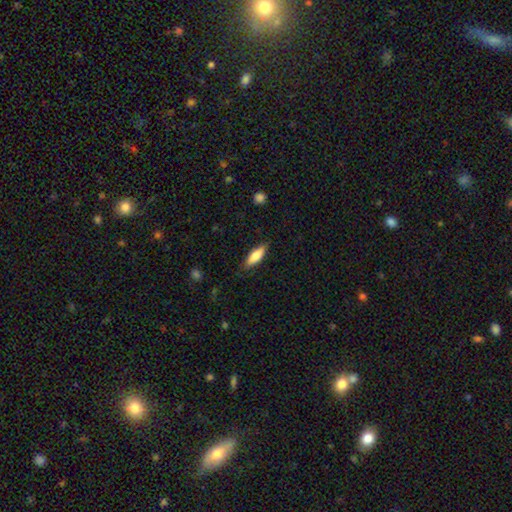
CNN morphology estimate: smooth-or-featured: smooth: 75% | featured or disk: 20% | star or artifact: 6%
  how-rounded: in between: 54% | cigar-shaped: 44% | round: 2%
  merging: none: 83% | minor disturbance: 13% | major disturbance: 3% | merger: 1%